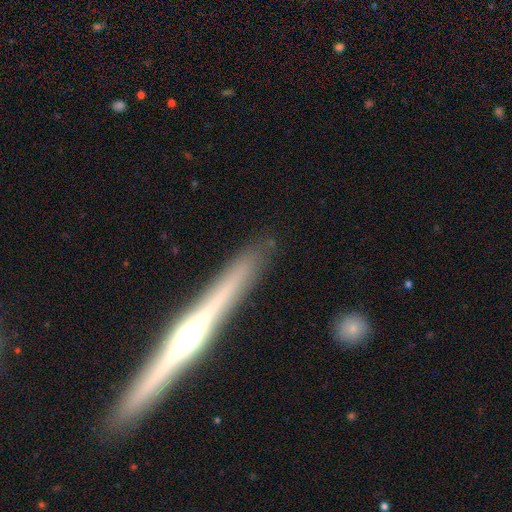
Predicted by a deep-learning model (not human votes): Smooth or featured: featured or disk — 73% (smooth — 19%)
Edge-on disk: yes — 96% (no — 4%)
Edge-on bulge: rounded — 75% (boxy — 13%)
Merging: none — 85% (minor disturbance — 10%)